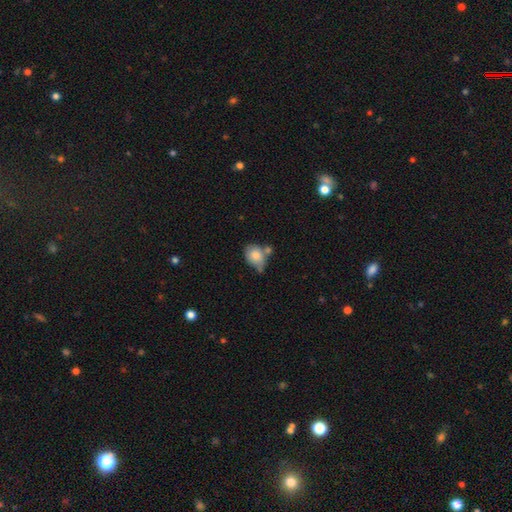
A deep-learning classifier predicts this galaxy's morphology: A smooth galaxy with no disk features (79%) that is in between round and cigar-shaped (61%).

Vote fractions:
- Smooth or featured? smooth: 79% / featured or disk: 13% / star or artifact: 8%
- How rounded? in between: 61% / round: 38% / cigar-shaped: 1%
- Merging? none: 34% / minor disturbance: 29% / merger: 27% / major disturbance: 10%